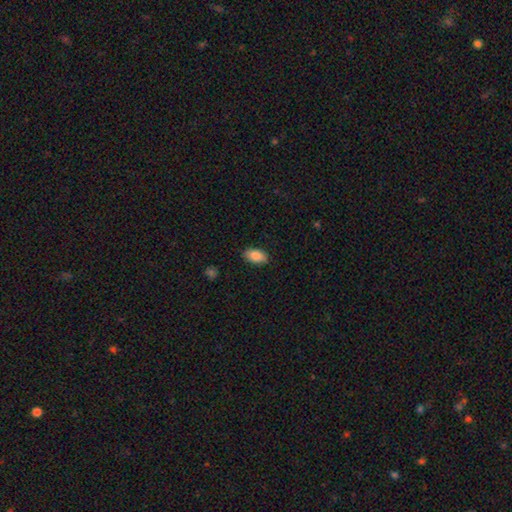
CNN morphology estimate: smooth-or-featured: smooth: 88% | star or artifact: 7% | featured or disk: 5%
  how-rounded: in between: 93% | round: 4% | cigar-shaped: 2%
  merging: none: 87% | minor disturbance: 10% | major disturbance: 2% | merger: 1%